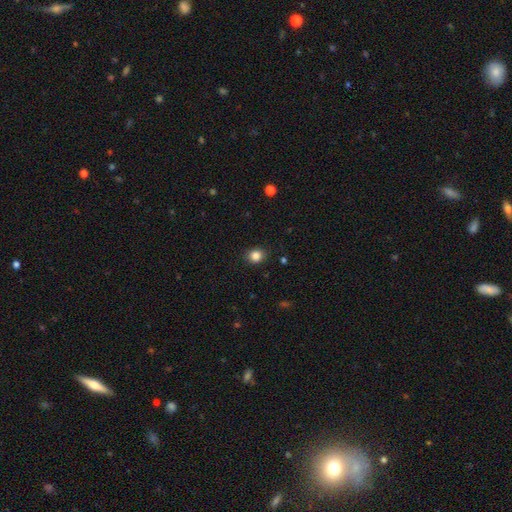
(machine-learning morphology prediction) Q: Smooth or featured?
A: smooth (84%); runner-up: star or artifact (11%)
Q: How rounded?
A: round (73%); runner-up: in between (26%)
Q: Merging?
A: none (88%); runner-up: minor disturbance (9%)